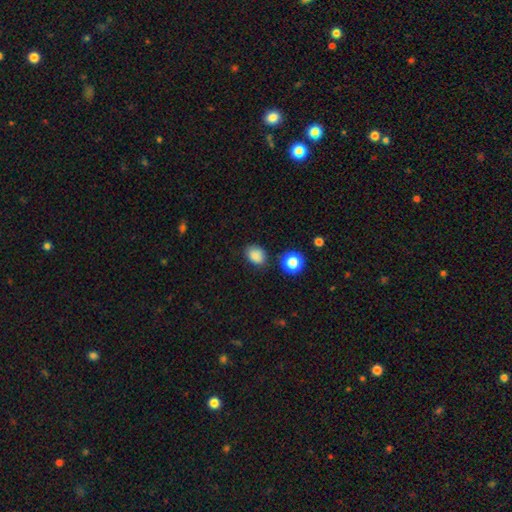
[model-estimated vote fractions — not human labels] Smooth or featured? smooth (84%)
How rounded? in between (65%)
Merging? none (75%)